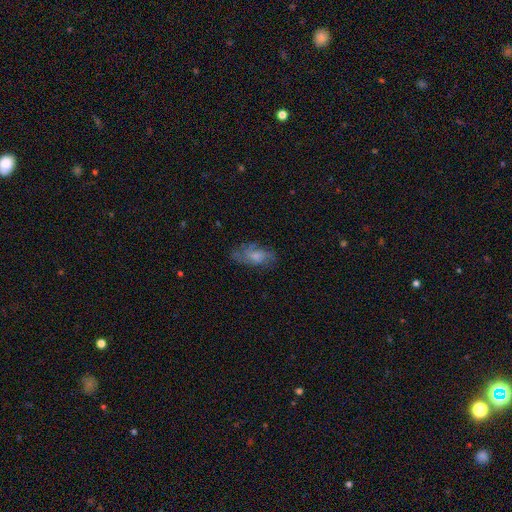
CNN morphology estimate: smooth-or-featured: smooth: 48% | featured or disk: 44% | star or artifact: 9%
  merging: none: 61% | minor disturbance: 24% | major disturbance: 13% | merger: 2%